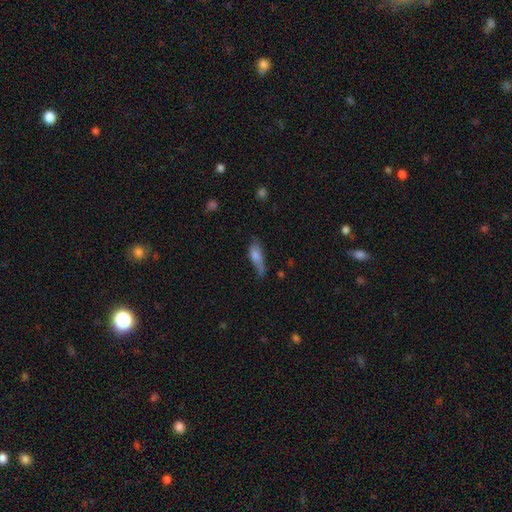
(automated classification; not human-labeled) A smooth galaxy with no disk features (69%) that is in between round and cigar-shaped (54%).

Vote fractions:
- Smooth or featured? smooth: 69% / featured or disk: 23% / star or artifact: 8%
- How rounded? in between: 54% / cigar-shaped: 43% / round: 3%
- Merging? none: 40% / minor disturbance: 36% / major disturbance: 20% / merger: 5%